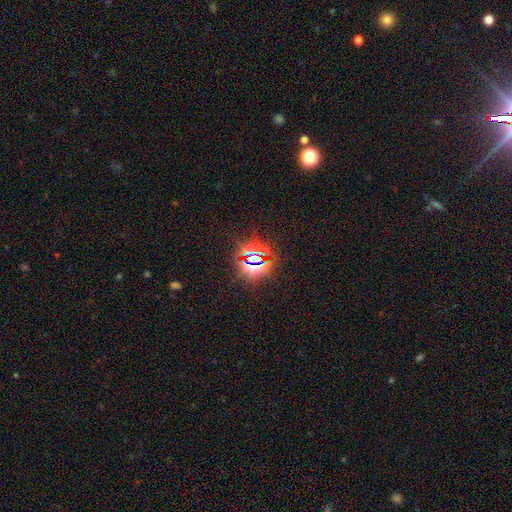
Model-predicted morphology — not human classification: Smooth or featured? Predicted: star or artifact (p=0.78).